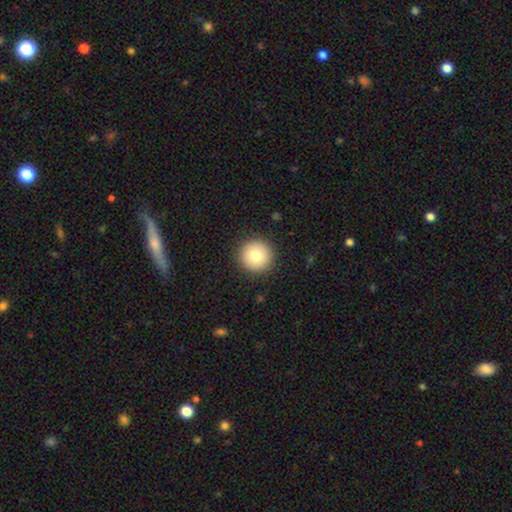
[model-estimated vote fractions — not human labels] smooth_or_featured: smooth (p=0.81) [alt: featured or disk p=0.10]
how_rounded: round (p=0.96) [alt: in between p=0.03]
merging: none (p=0.92) [alt: minor disturbance p=0.05]